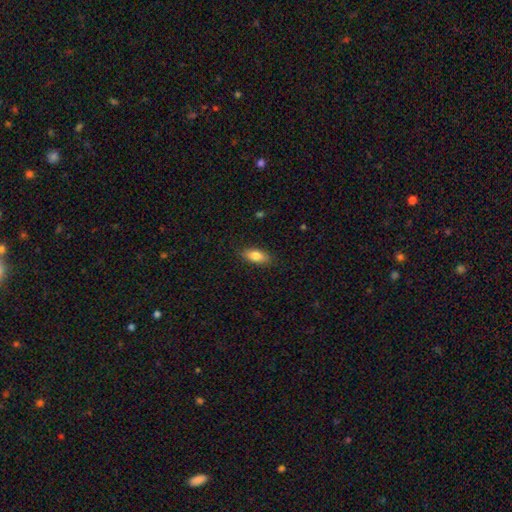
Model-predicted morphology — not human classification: Overall: smooth (81%). How rounded: in between (83%). Merging: none (87%).